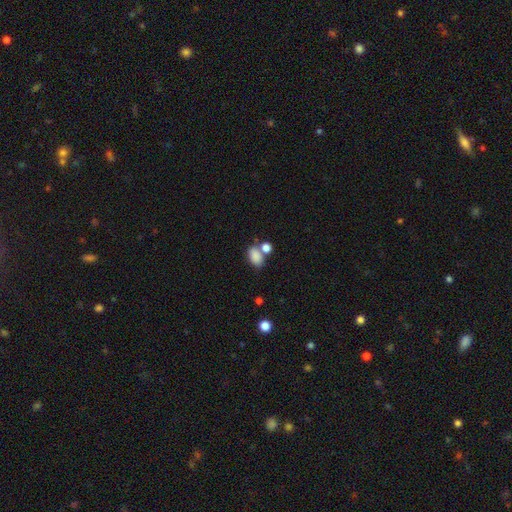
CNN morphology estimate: A smooth galaxy with no disk features (84%) that is in between round and cigar-shaped (85%).

Vote fractions:
- Smooth or featured? smooth: 84% / star or artifact: 9% / featured or disk: 7%
- How rounded? in between: 85% / round: 13% / cigar-shaped: 1%
- Merging? none: 47% / merger: 34% / minor disturbance: 13% / major disturbance: 5%